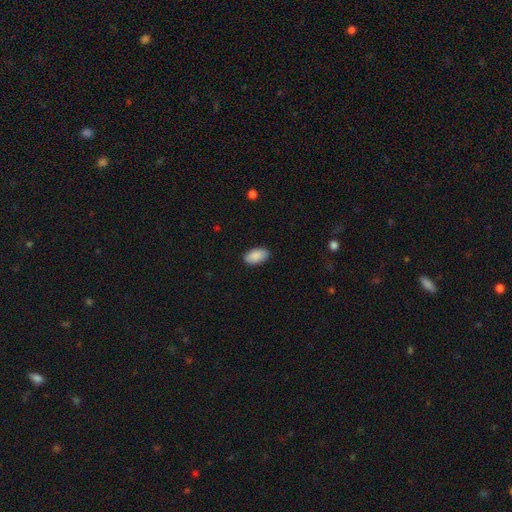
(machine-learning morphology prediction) Q: Smooth or featured?
A: smooth (89%); runner-up: star or artifact (6%)
Q: How rounded?
A: in between (95%); runner-up: round (3%)
Q: Merging?
A: none (88%); runner-up: minor disturbance (9%)